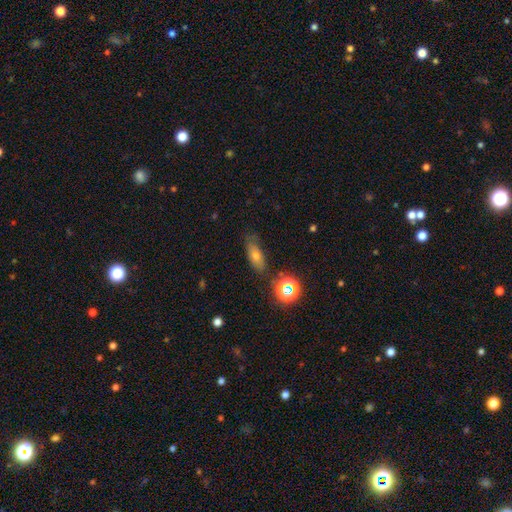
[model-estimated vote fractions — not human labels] Q: Smooth or featured?
A: smooth (62%); runner-up: featured or disk (20%)
Q: How rounded?
A: in between (65%); runner-up: cigar-shaped (25%)
Q: Merging?
A: none (72%); runner-up: minor disturbance (19%)